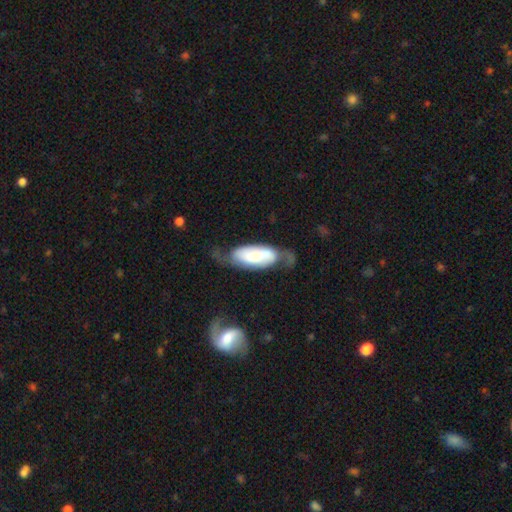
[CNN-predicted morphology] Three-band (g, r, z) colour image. It shows a featured or disk galaxy (53%). Merging: none (44%).